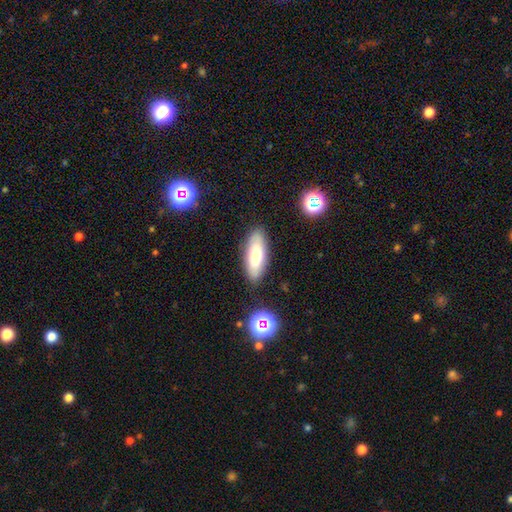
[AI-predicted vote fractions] Smooth or featured? Predicted: smooth (p=0.70). How rounded? Predicted: in between (p=0.70). Merging? Predicted: none (p=0.84).